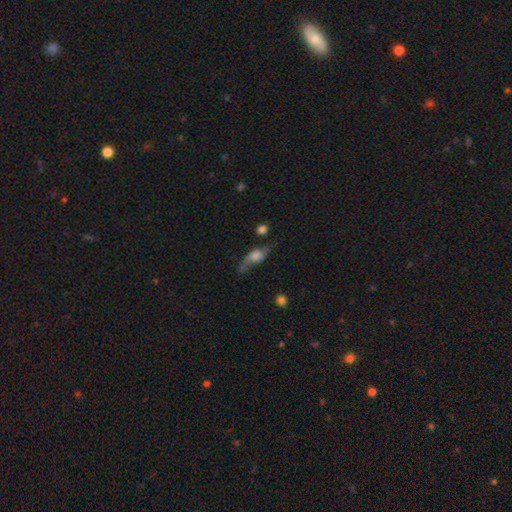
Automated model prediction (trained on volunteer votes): Smooth or featured? Predicted: featured or disk (p=0.60). Edge-on disk? Predicted: no (p=0.75). Merging? Predicted: none (p=0.52).